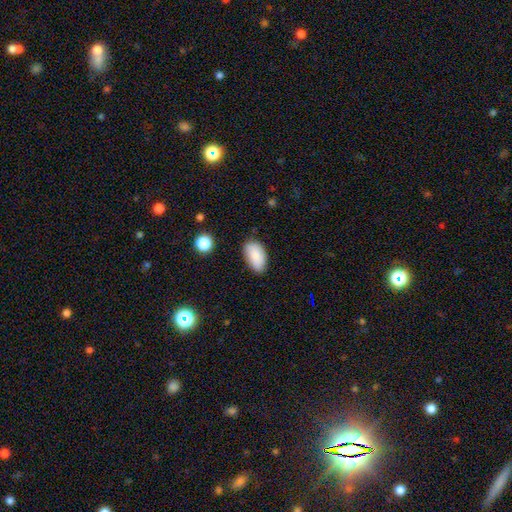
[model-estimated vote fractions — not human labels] The model was most divided on "merging": none: 75%, minor disturbance: 19%, major disturbance: 3%, merger: 2%. More confident: how rounded — in between (94%); smooth or featured — smooth (85%).